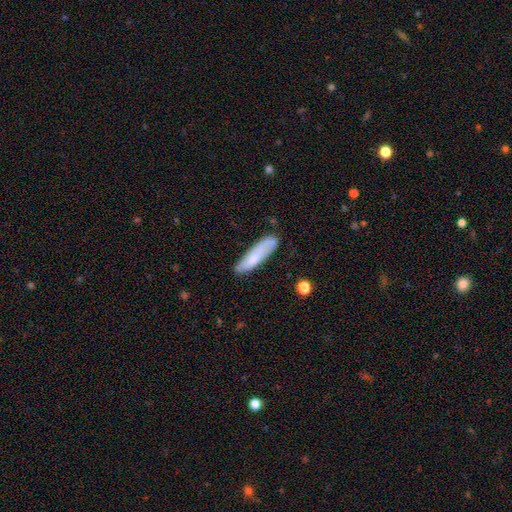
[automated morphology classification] Smooth or featured? smooth (71%)
How rounded? cigar-shaped (72%)
Merging? none (73%)